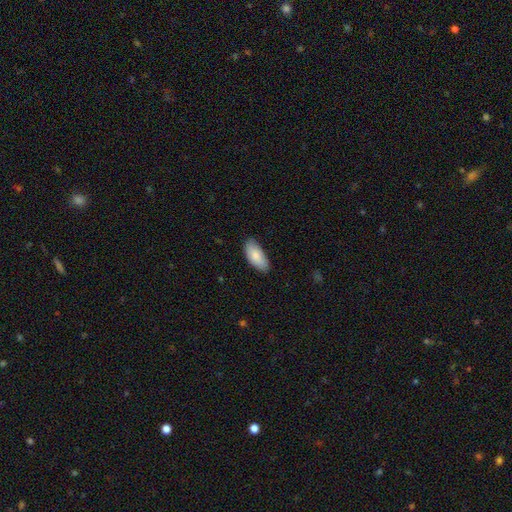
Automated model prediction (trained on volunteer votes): A smooth galaxy with no disk features (85%) that is in between round and cigar-shaped (92%). Merging: none (81%).